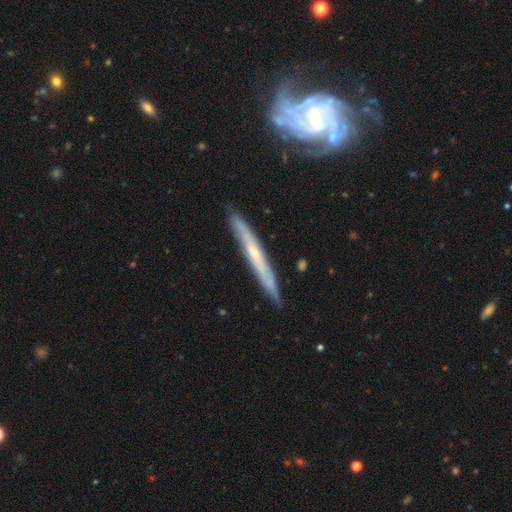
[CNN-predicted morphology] smooth-or-featured: featured or disk: 71% | smooth: 23% | star or artifact: 6%
  disk-edge-on: yes: 82% | no: 18%
    edge-on-bulge: none: 59% | rounded: 36% | boxy: 5%
  merging: none: 83% | minor disturbance: 12% | merger: 2% | major disturbance: 2%